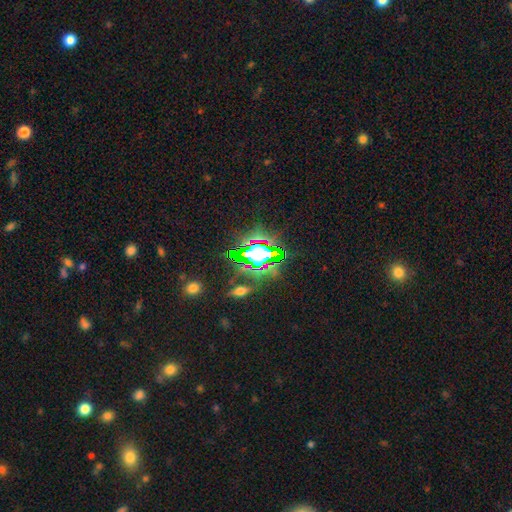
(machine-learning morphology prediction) smooth-or-featured: star or artifact: 66% | smooth: 19% | featured or disk: 15%